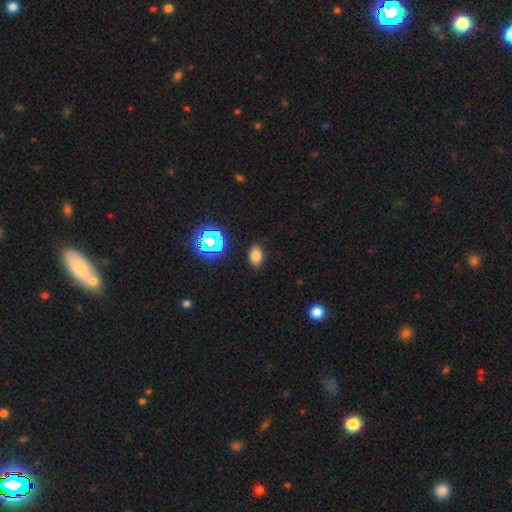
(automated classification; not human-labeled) A smooth galaxy with no disk features (74%) that is in between round and cigar-shaped (85%).

Vote fractions:
- Smooth or featured? smooth: 74% / star or artifact: 19% / featured or disk: 7%
- How rounded? in between: 85% / round: 13% / cigar-shaped: 2%
- Merging? none: 87% / minor disturbance: 9% / major disturbance: 3% / merger: 1%